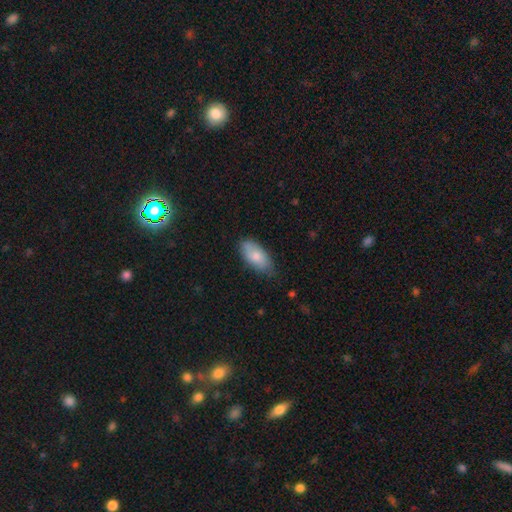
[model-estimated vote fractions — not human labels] Smooth or featured? Predicted: smooth (p=0.79). How rounded? Predicted: in between (p=0.91). Merging? Predicted: none (p=0.70).